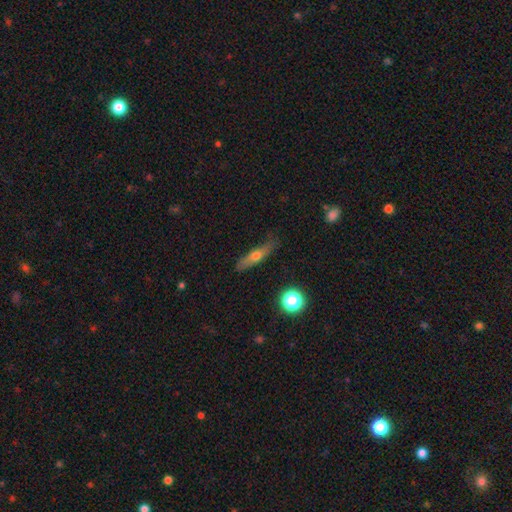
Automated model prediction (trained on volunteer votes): This appears to be a smooth galaxy with no disk features (46%). Merging: none (78%).